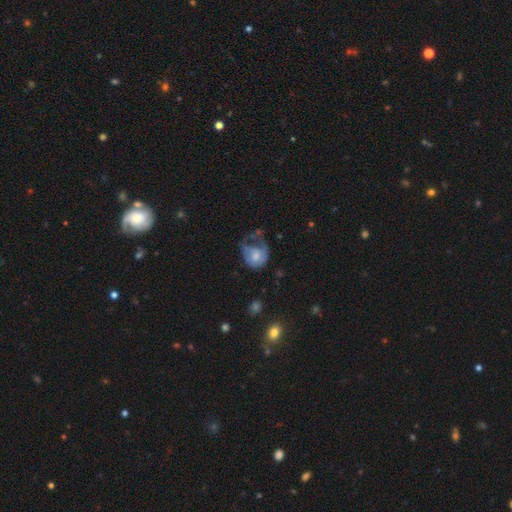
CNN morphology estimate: The model was most divided on "smooth or featured": smooth: 51%, featured or disk: 40%, star or artifact: 8%. Remaining: how rounded — round (60%); merging — major disturbance (48%).